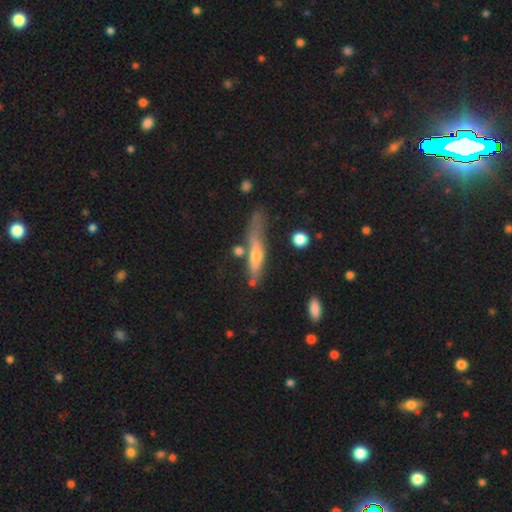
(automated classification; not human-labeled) A featured or disk galaxy (49%).

Vote fractions:
- Smooth or featured? featured or disk: 49% / smooth: 43% / star or artifact: 7%
- Merging? none: 44% / minor disturbance: 29% / major disturbance: 16% / merger: 11%